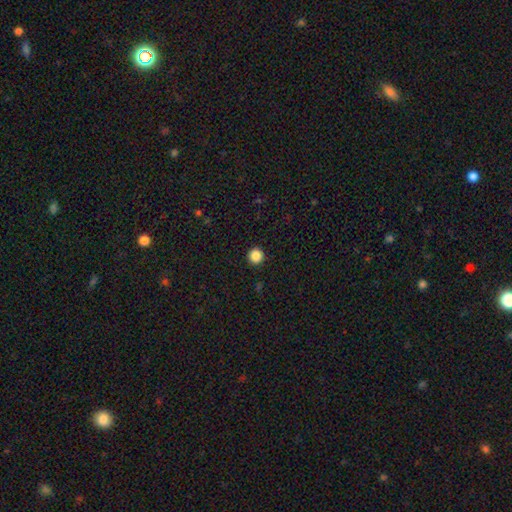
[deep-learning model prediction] Smooth or featured? Predicted: smooth (p=0.87). How rounded? Predicted: round (p=0.96). Merging? Predicted: none (p=0.93).